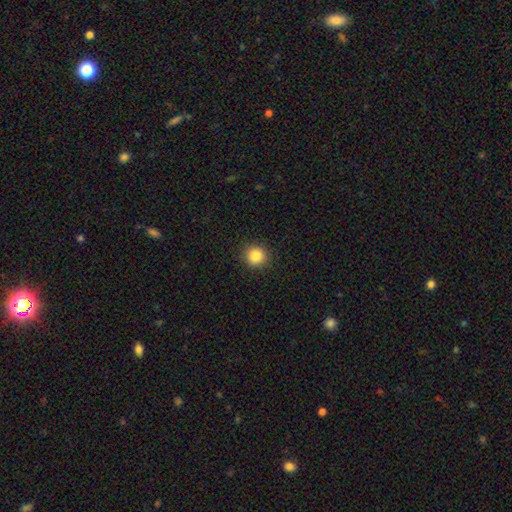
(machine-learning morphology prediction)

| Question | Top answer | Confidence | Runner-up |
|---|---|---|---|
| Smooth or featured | smooth | 85% | star or artifact (11%) |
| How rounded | round | 92% | in between (7%) |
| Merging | none | 91% | minor disturbance (6%) |